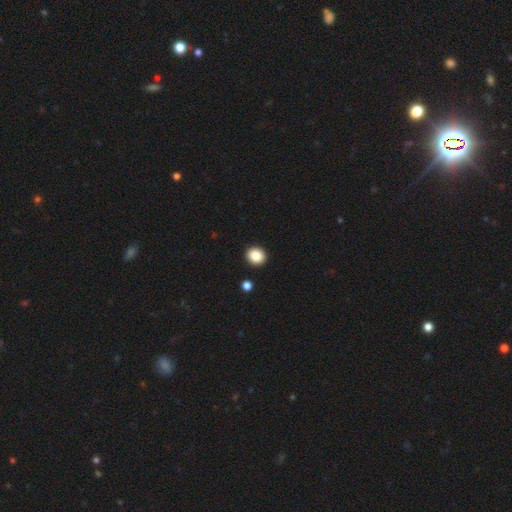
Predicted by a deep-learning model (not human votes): This appears to be a smooth galaxy with no disk features (87%) that is round (78%). Merging: none (92%).